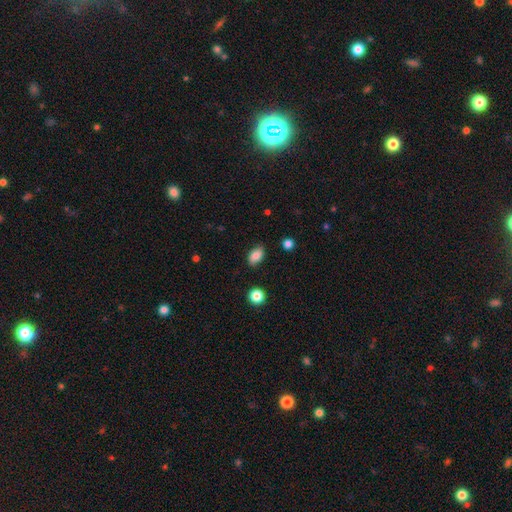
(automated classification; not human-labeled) This is clearly a smooth galaxy (83%). How rounded: clearly in between (89%). Merging: clearly none (84%).